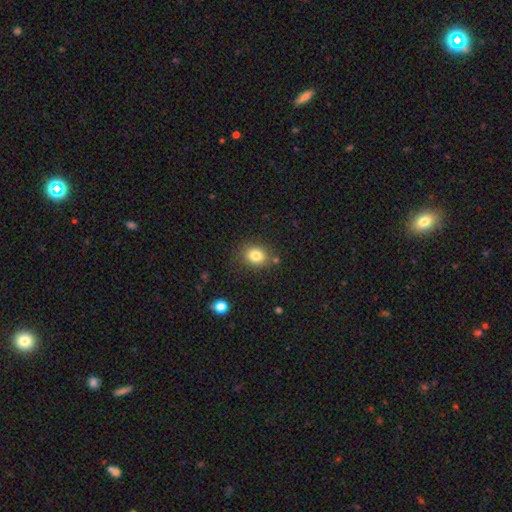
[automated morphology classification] A smooth galaxy with no disk features (82%) that is round (59%). Merging: none (81%).